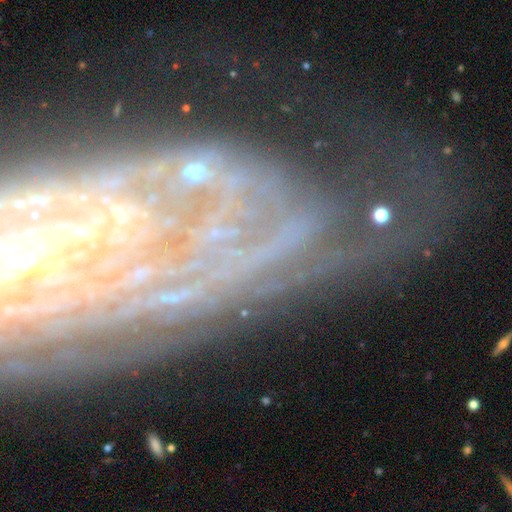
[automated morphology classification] smooth_or_featured: featured or disk (p=0.56) [alt: star or artifact p=0.31]
disk_edge_on: no (p=0.88) [alt: yes p=0.12]
merging: none (p=0.58) [alt: minor disturbance p=0.18]